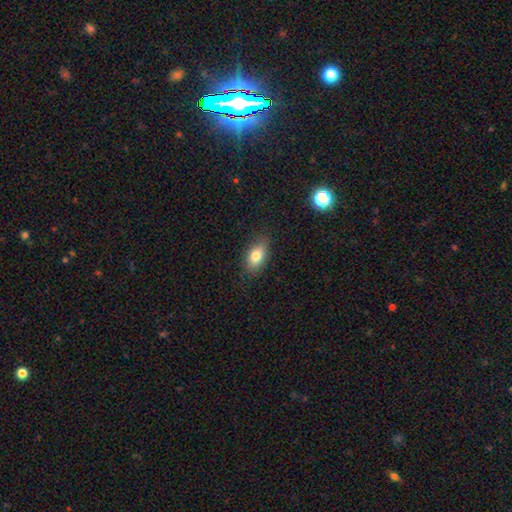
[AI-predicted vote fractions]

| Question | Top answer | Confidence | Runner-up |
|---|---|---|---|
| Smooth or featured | smooth | 79% | featured or disk (12%) |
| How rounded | in between | 86% | round (9%) |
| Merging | none | 81% | minor disturbance (14%) |